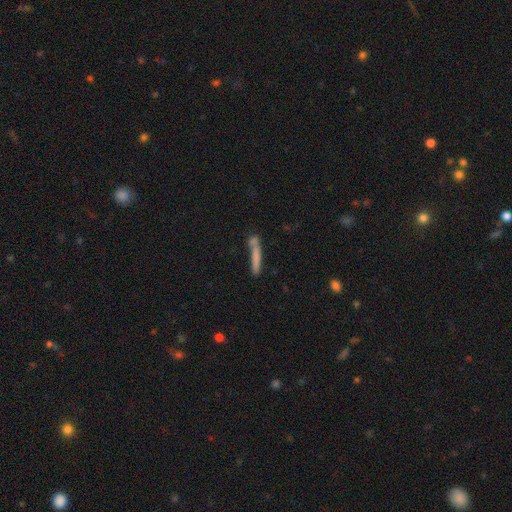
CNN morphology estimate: type=smooth (68%); roundness=cigar-shaped (94%); merging=none (64%).